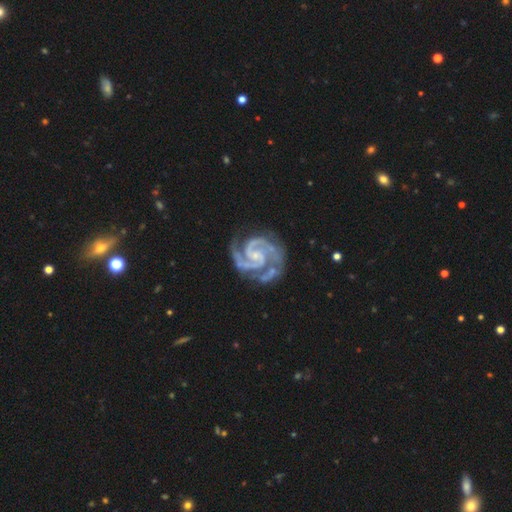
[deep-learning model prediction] featured or disk 95%, star or artifact 3%, smooth 2%. Down the decision tree: edge-on disk — no (99%); bar — no (55%); spiral arms — yes (99%); spiral arm count — 2 (71%); spiral winding — tight (57%); bulge size — small (73%); merging — none (68%).